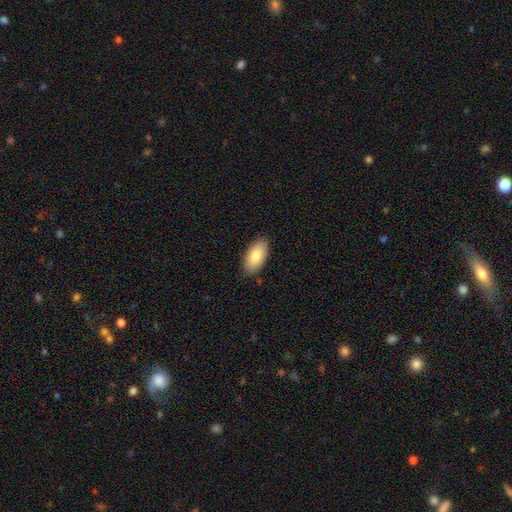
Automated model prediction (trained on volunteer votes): This is clearly a smooth galaxy (81%). How rounded: clearly in between (94%). Merging: clearly none (86%).